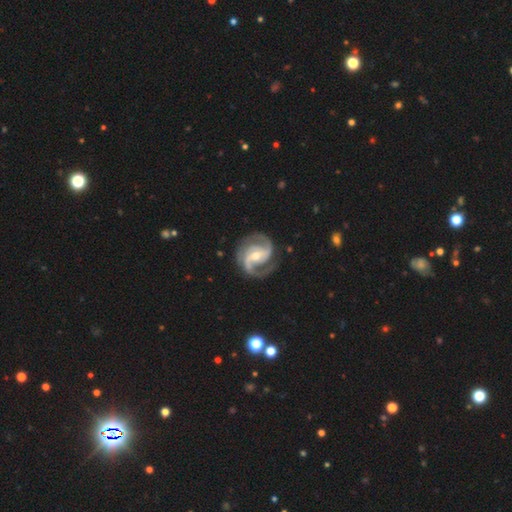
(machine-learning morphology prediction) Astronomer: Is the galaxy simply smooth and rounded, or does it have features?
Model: featured or disk — 93%.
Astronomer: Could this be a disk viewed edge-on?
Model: no — 98%.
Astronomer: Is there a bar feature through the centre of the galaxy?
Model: weak — 41% (runner-up: no, 35%).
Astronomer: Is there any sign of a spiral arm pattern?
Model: yes — 98%.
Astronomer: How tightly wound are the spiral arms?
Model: medium — 57%.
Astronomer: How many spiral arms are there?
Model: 2 — 75%.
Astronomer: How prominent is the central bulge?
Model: moderate — 58% (runner-up: small, 37%).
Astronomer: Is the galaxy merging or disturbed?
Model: none — 79%.